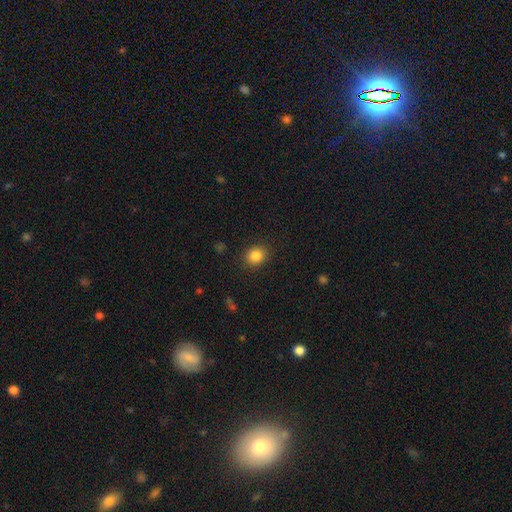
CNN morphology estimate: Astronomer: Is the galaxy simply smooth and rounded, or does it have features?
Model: smooth — 85%.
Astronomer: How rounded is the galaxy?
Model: round — 66%.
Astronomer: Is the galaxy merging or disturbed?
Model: none — 87%.